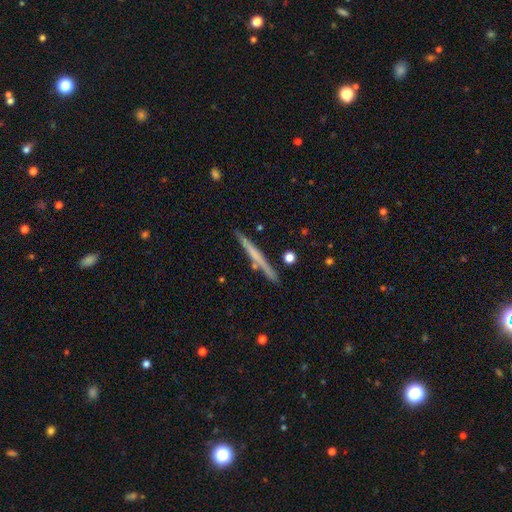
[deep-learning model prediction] Overall: featured or disk (49%; smooth 45%). Merging: none (85%).